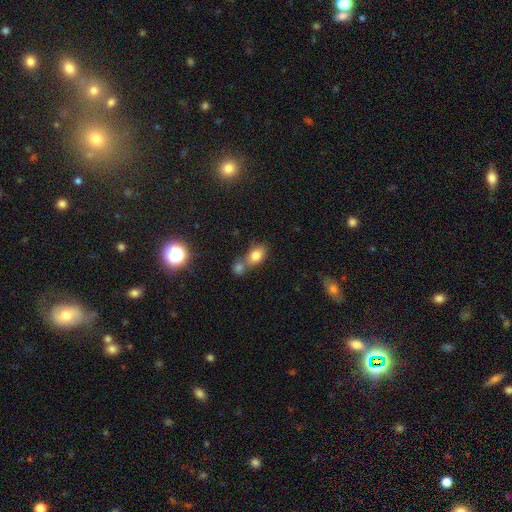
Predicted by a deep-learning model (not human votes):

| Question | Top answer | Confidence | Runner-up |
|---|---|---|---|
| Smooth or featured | smooth | 78% | star or artifact (11%) |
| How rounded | in between | 72% | round (25%) |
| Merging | merger | 46% | none (39%) |